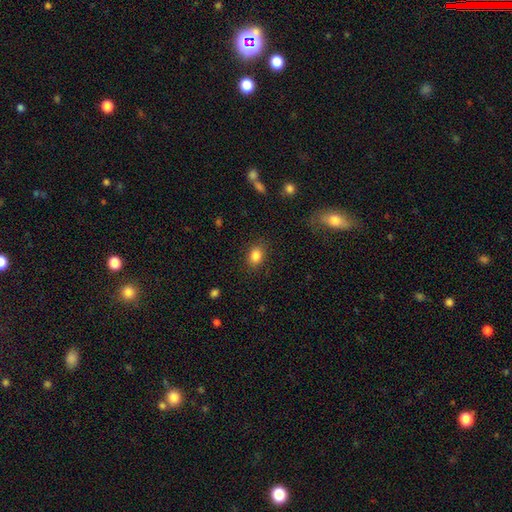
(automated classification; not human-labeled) Smooth or featured?
  - smooth: 85% *
  - star or artifact: 10%
  - featured or disk: 6%
How rounded?
  - in between: 63% *
  - round: 36%
  - cigar-shaped: 1%
Merging?
  - none: 85% *
  - minor disturbance: 11%
  - major disturbance: 3%
  - merger: 1%